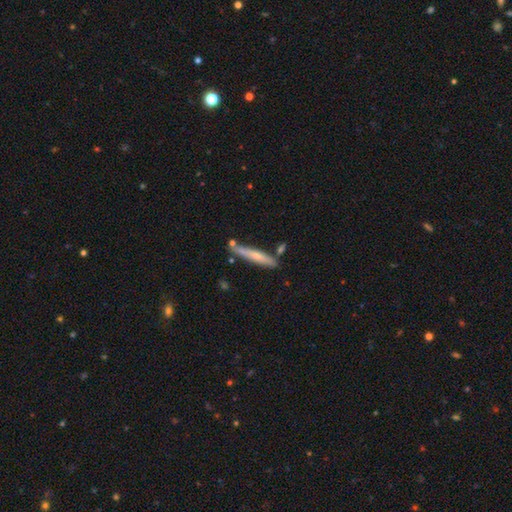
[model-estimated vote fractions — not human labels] The model was most divided on "smooth or featured": smooth: 56%, featured or disk: 38%, star or artifact: 6%. More confident: how rounded — cigar-shaped (92%); merging — none (75%).